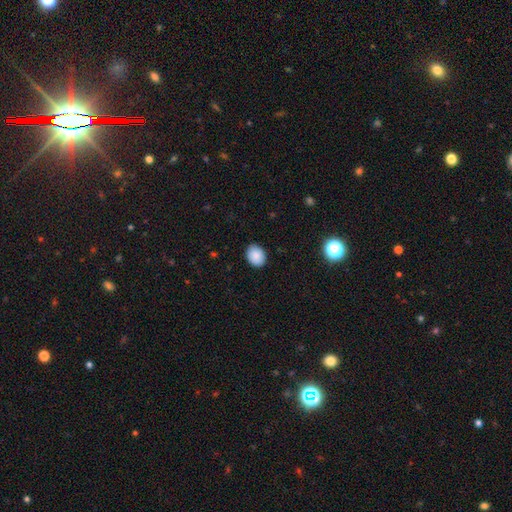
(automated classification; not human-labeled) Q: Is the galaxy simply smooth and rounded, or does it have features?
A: smooth — 88%.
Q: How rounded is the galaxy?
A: in between — 56%.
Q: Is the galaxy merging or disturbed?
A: none — 88%.